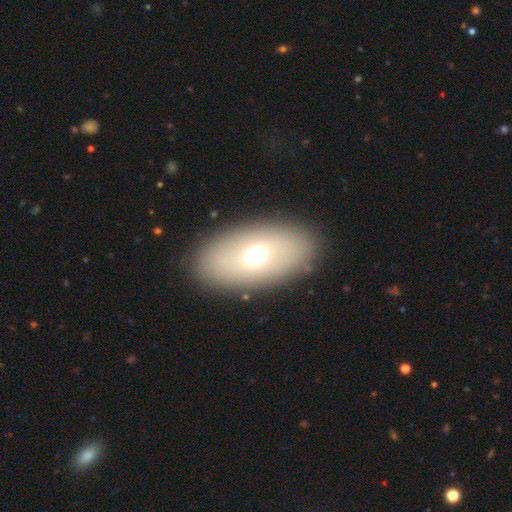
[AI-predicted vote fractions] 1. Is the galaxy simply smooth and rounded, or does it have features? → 62% smooth, 26% featured or disk, 12% star or artifact.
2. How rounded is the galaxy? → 86% in between, 12% round, 3% cigar-shaped.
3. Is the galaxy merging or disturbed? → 86% none, 8% minor disturbance, 5% major disturbance, 2% merger.